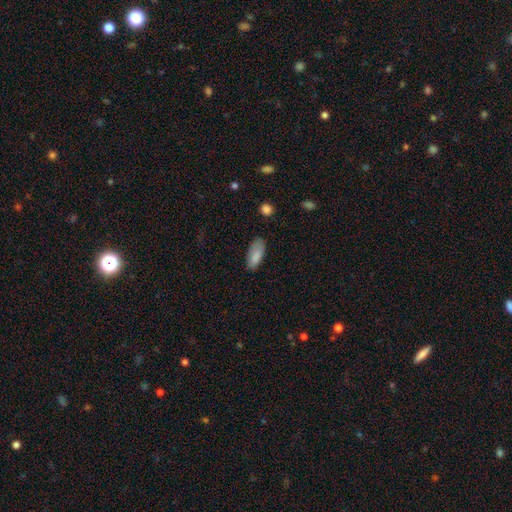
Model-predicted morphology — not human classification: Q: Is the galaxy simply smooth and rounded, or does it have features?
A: smooth — 85%.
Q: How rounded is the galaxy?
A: in between — 83%.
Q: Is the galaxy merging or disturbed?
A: none — 69%.